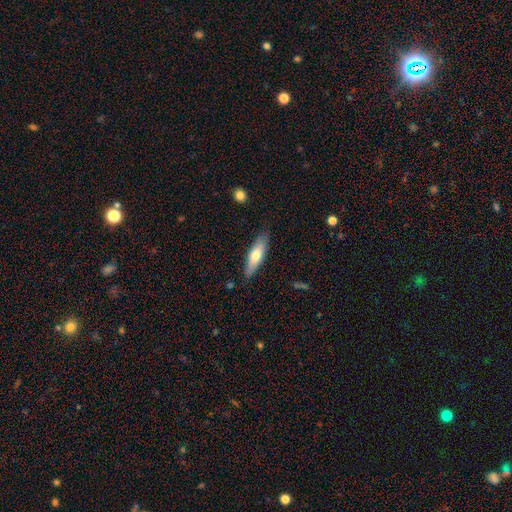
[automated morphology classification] Smooth or featured?
  - smooth: 62% *
  - featured or disk: 32%
  - star or artifact: 6%
How rounded?
  - cigar-shaped: 54% *
  - in between: 44%
  - round: 2%
Merging?
  - none: 83% *
  - minor disturbance: 13%
  - major disturbance: 2%
  - merger: 1%